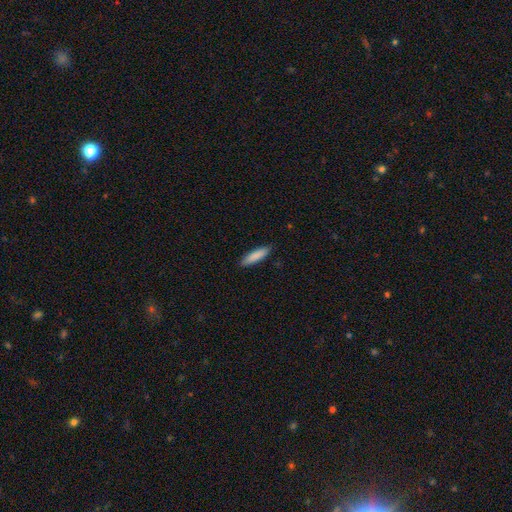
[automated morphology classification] type=smooth (87%); roundness=cigar-shaped (70%); merging=none (88%).